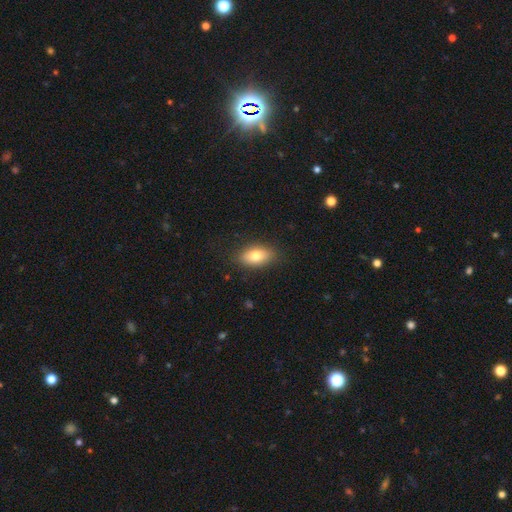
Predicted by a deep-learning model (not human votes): This appears to be a smooth galaxy with no disk features (77%) that is in between round and cigar-shaped (87%). Merging: none (85%).